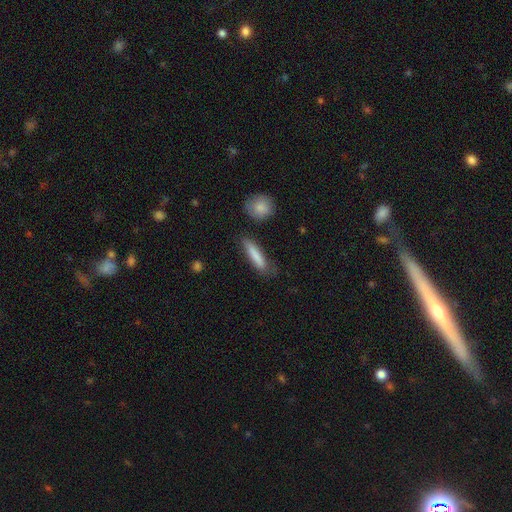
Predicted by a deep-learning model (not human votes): Overall: smooth (83%). How rounded: cigar-shaped (84%). Merging: none (77%).